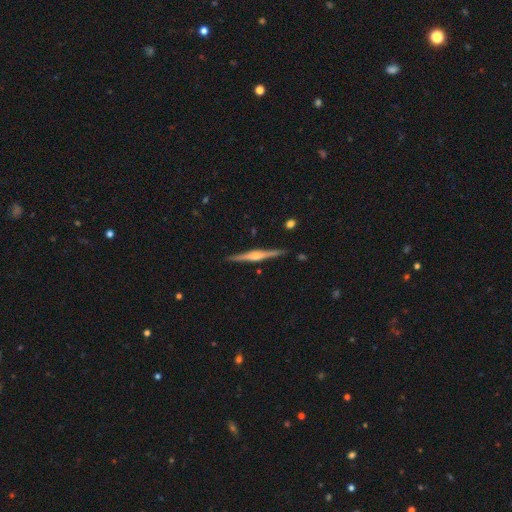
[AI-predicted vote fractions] A featured or disk galaxy (81%) viewed edge-on (98%) with a rounded central bulge (82%).

Vote fractions:
- Smooth or featured? featured or disk: 81% / smooth: 14% / star or artifact: 5%
- Edge-on disk? yes: 98% / no: 2%
- Edge-on bulge? rounded: 82% / boxy: 12% / none: 6%
- Merging? none: 91% / minor disturbance: 7% / major disturbance: 1% / merger: 1%